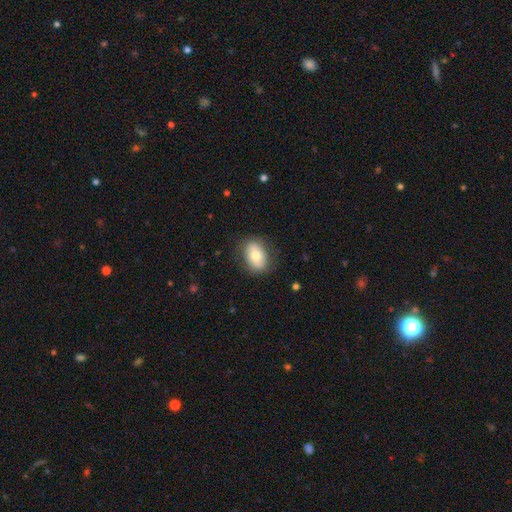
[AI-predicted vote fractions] Smooth or featured?
  - smooth: 70% *
  - featured or disk: 23%
  - star or artifact: 7%
How rounded?
  - in between: 78% *
  - round: 20%
  - cigar-shaped: 1%
Merging?
  - none: 79% *
  - minor disturbance: 15%
  - major disturbance: 5%
  - merger: 1%